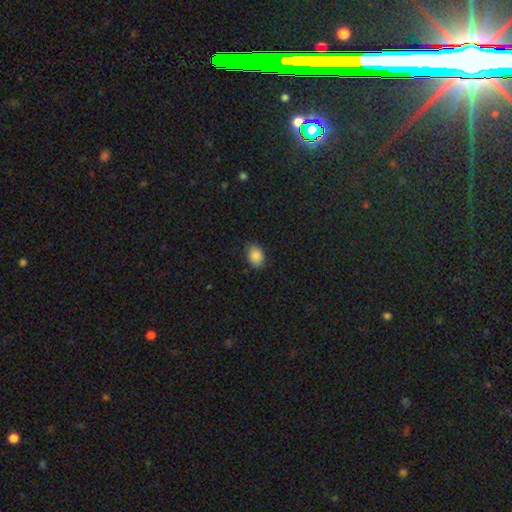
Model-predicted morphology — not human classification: Q: Smooth or featured?
A: smooth (88%); runner-up: star or artifact (8%)
Q: How rounded?
A: in between (77%); runner-up: round (22%)
Q: Merging?
A: none (86%); runner-up: minor disturbance (11%)